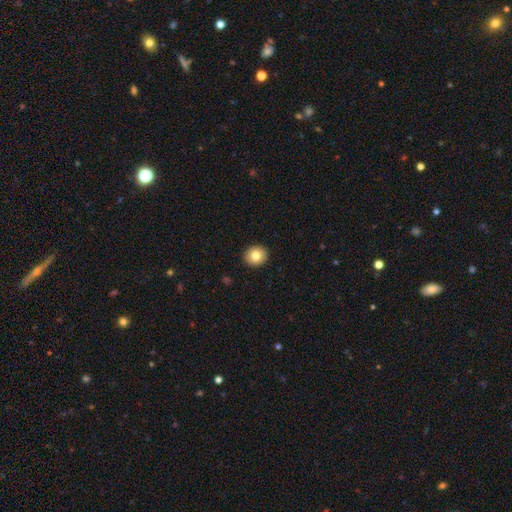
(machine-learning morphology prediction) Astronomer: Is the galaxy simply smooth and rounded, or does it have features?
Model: smooth — 81%.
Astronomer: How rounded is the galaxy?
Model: round — 84%.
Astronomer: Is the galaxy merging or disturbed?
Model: none — 92%.